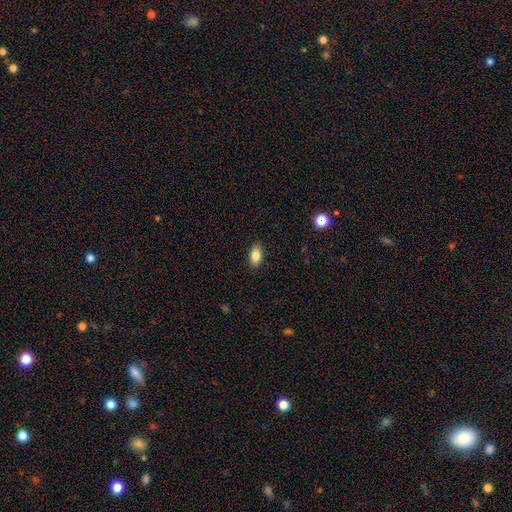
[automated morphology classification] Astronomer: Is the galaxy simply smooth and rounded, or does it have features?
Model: smooth — 84%.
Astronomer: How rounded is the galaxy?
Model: in between — 89%.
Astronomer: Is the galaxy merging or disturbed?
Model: none — 88%.